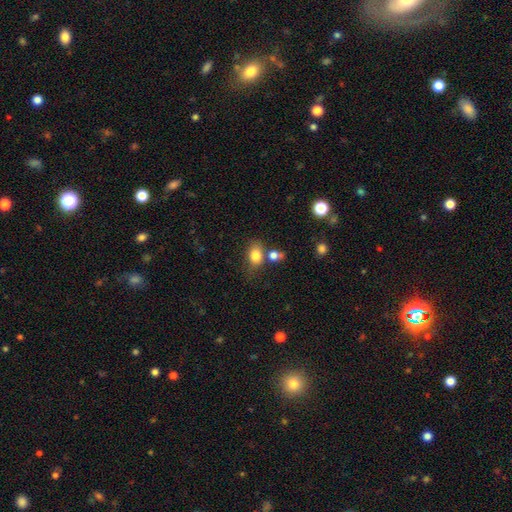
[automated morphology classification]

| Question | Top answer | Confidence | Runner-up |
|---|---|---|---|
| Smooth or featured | smooth | 82% | star or artifact (10%) |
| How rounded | in between | 71% | round (27%) |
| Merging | none | 58% | merger (19%) |